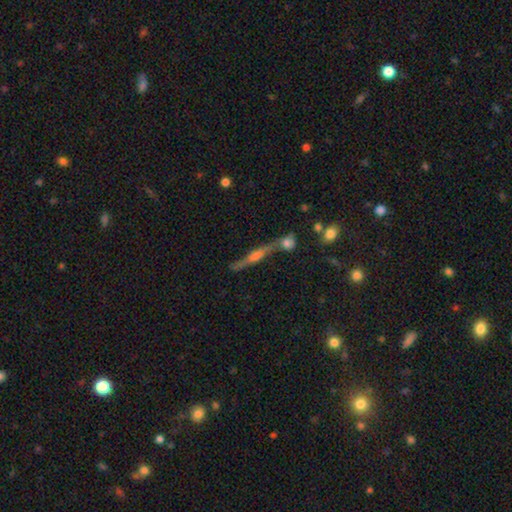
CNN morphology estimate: Smooth or featured? featured or disk (66%)
Edge-on disk? yes (87%)
Edge-on bulge? rounded (71%)
Merging? none (52%)